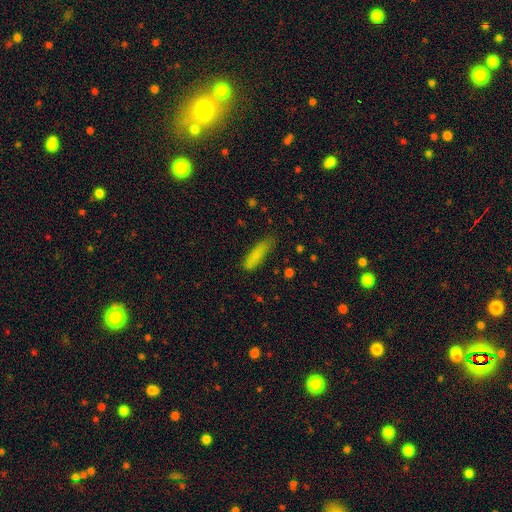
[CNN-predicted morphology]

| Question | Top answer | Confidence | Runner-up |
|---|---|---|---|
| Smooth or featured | smooth | 83% | featured or disk (9%) |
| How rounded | cigar-shaped | 71% | in between (28%) |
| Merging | none | 72% | minor disturbance (21%) |